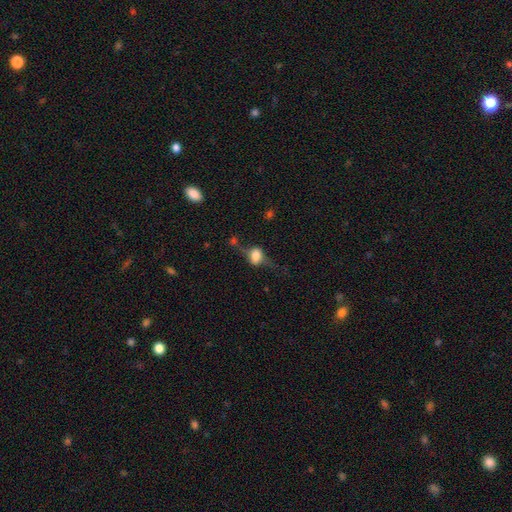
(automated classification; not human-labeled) Smooth or featured?
  - featured or disk: 46% *
  - smooth: 44%
  - star or artifact: 10%
Merging?
  - none: 54% *
  - minor disturbance: 23%
  - major disturbance: 19%
  - merger: 5%